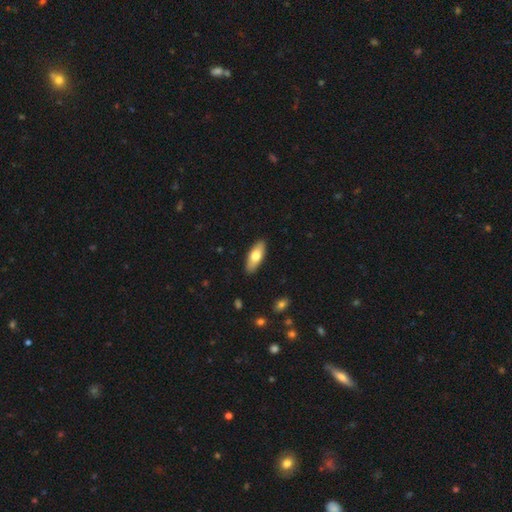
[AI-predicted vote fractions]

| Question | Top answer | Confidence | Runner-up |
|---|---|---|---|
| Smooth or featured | smooth | 69% | featured or disk (25%) |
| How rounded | in between | 70% | cigar-shaped (28%) |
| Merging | none | 90% | minor disturbance (8%) |